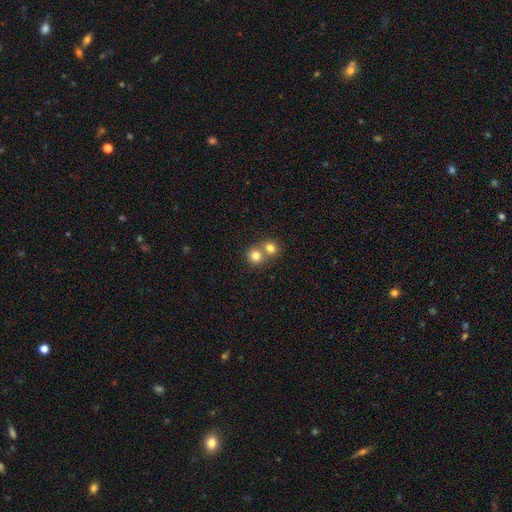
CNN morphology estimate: Overall: smooth (78%). How rounded: round (86%). Merging: merger (53%; none 41%).